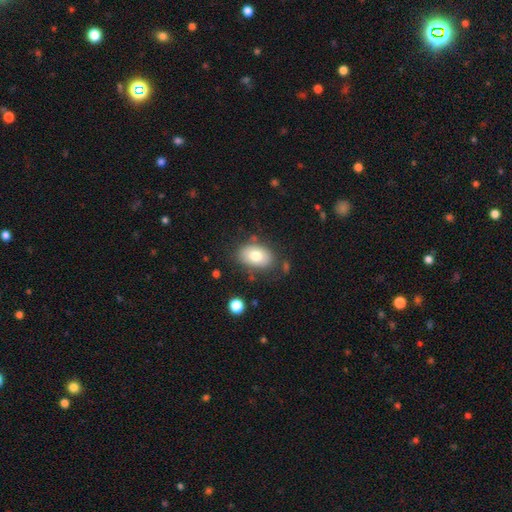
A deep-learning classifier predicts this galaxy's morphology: This appears to be a smooth galaxy with no disk features (75%) that is in between round and cigar-shaped (83%). Merging: none (76%).